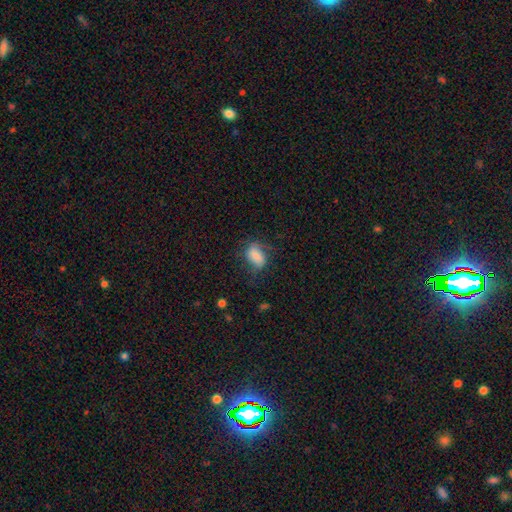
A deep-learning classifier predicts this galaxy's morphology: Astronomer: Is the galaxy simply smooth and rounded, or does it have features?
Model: smooth — 72%.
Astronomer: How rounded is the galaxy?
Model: in between — 86%.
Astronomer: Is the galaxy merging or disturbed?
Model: none — 55%.